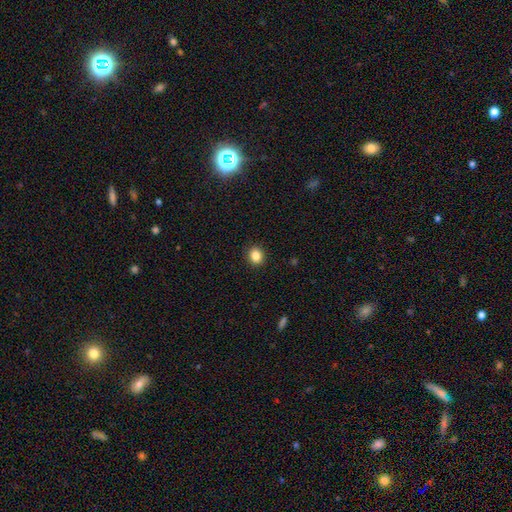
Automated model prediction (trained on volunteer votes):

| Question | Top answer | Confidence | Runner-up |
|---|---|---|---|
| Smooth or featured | smooth | 85% | star or artifact (11%) |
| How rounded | round | 71% | in between (28%) |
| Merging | none | 92% | minor disturbance (6%) |